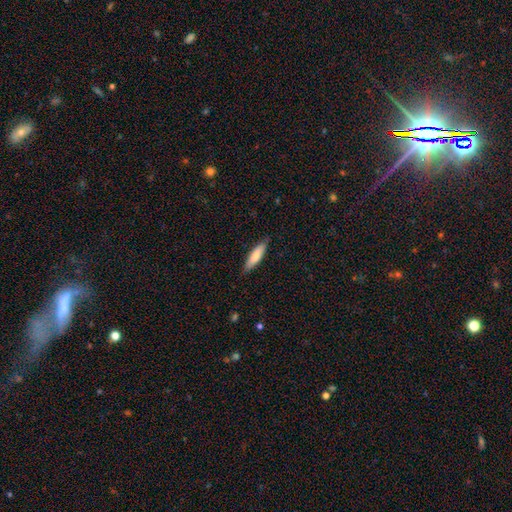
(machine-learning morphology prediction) type=smooth (79%); roundness=cigar-shaped (67%); merging=none (85%).